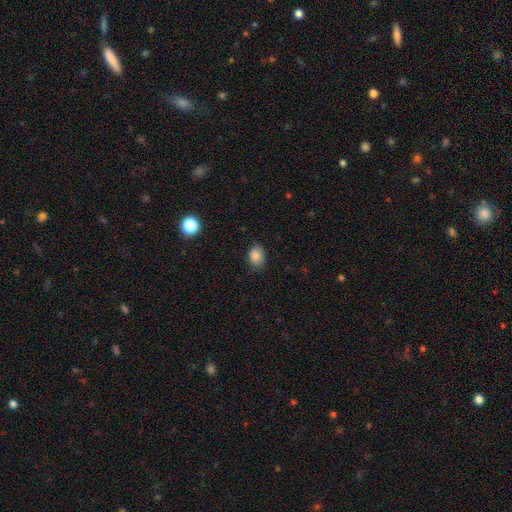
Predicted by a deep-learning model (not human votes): A smooth galaxy with no disk features (86%) that is in between round and cigar-shaped (68%).

Vote fractions:
- Smooth or featured? smooth: 86% / star or artifact: 9% / featured or disk: 5%
- How rounded? in between: 68% / round: 31% / cigar-shaped: 1%
- Merging? none: 78% / minor disturbance: 17% / major disturbance: 3% / merger: 1%